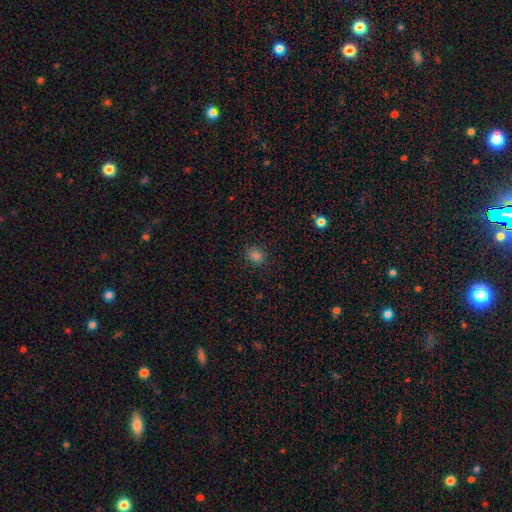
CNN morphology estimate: Smooth or featured? smooth (81%)
How rounded? round (64%)
Merging? none (87%)